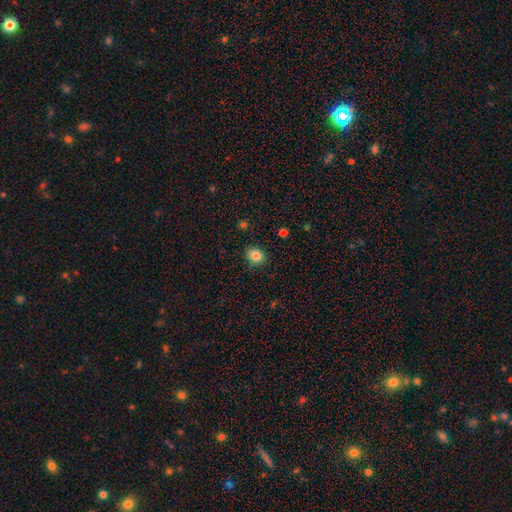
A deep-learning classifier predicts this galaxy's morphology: The model was most divided on "how rounded": round: 61%, in between: 38%, cigar-shaped: 1%. More confident: merging — none (86%); smooth or featured — smooth (83%).